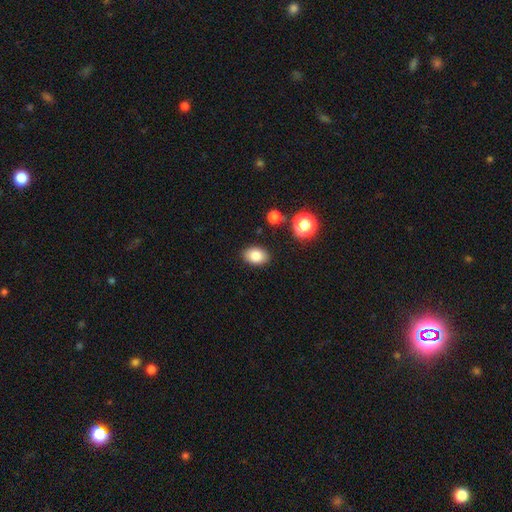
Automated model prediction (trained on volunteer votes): smooth 84%, star or artifact 10%, featured or disk 6%. Down the decision tree: how rounded — in between (81%); merging — none (87%).